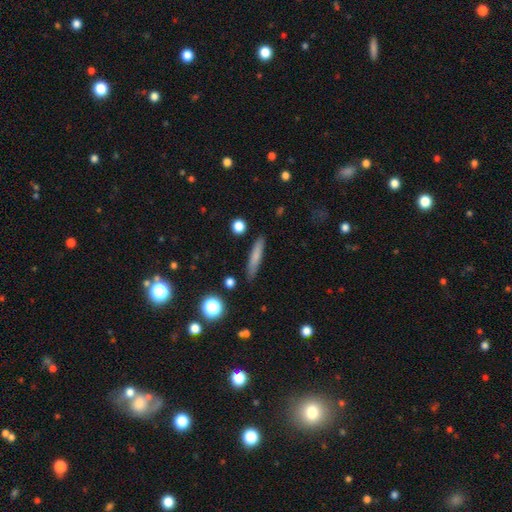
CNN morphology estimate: This appears to be a smooth galaxy with no disk features (72%) that is cigar-shaped (89%). Merging: none (87%).